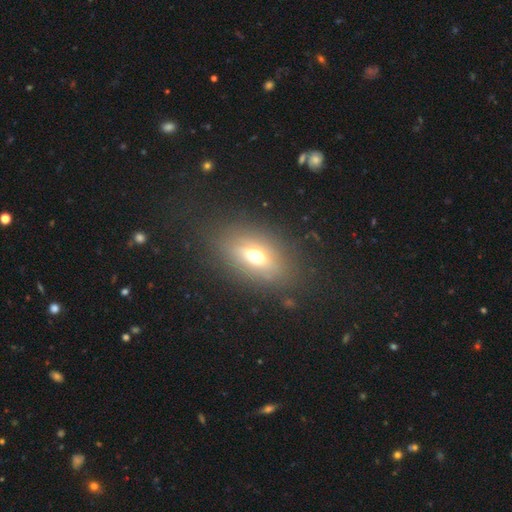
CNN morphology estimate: Overall: smooth (57%; featured or disk 27%). How rounded: in between (75%). Merging: none (78%).